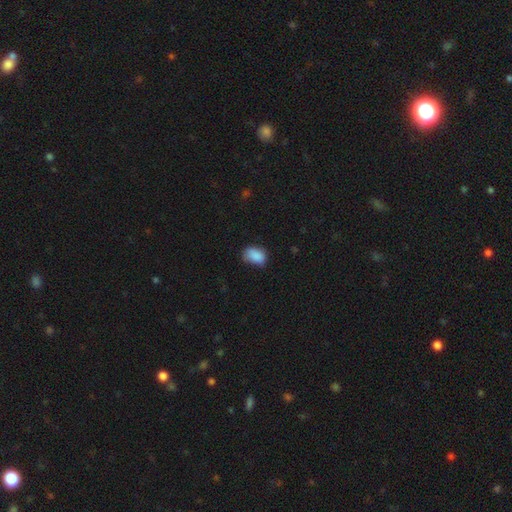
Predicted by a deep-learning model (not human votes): smooth 87%, star or artifact 8%, featured or disk 5%. Down the decision tree: how rounded — in between (83%); merging — none (59%).